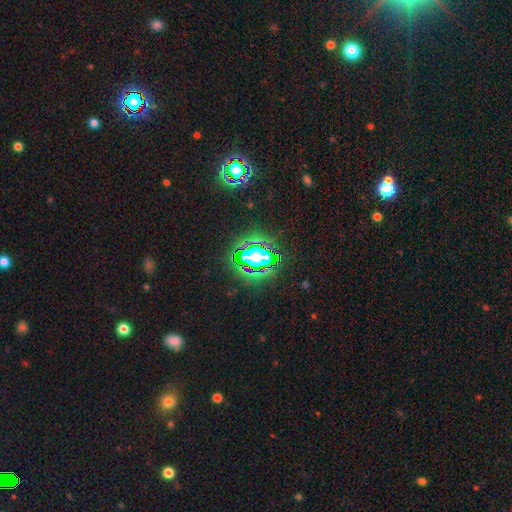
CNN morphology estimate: smooth_or_featured: star or artifact (p=0.75) [alt: smooth p=0.15]